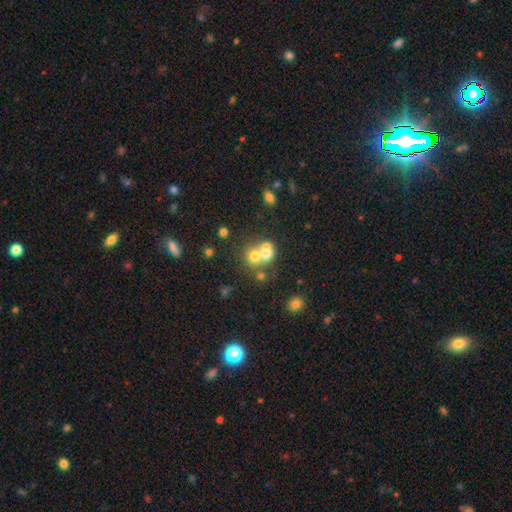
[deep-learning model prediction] The model was most divided on "merging": merger: 59%, none: 30%, minor disturbance: 7%, major disturbance: 4%. More confident: how rounded — round (72%); smooth or featured — smooth (62%).